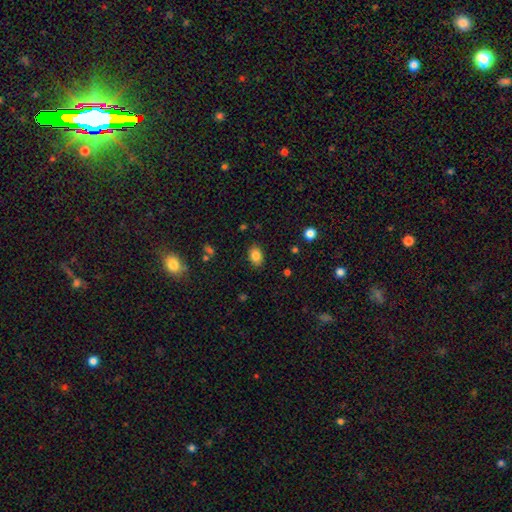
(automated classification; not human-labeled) Smooth or featured?
  - smooth: 84% *
  - star or artifact: 10%
  - featured or disk: 7%
How rounded?
  - in between: 83% *
  - round: 16%
  - cigar-shaped: 1%
Merging?
  - none: 86% *
  - minor disturbance: 10%
  - major disturbance: 3%
  - merger: 1%